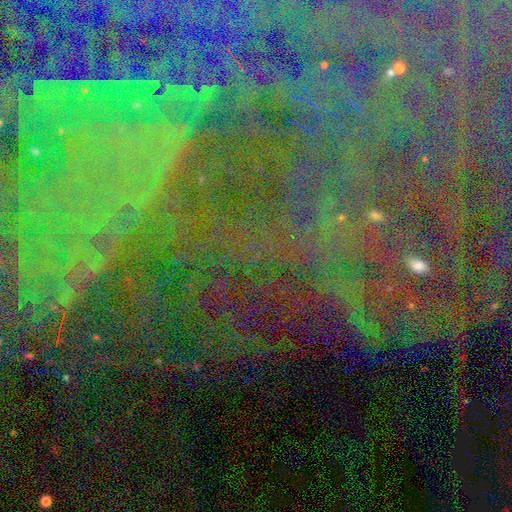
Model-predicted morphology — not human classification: Smooth or featured: star or artifact — 81% (featured or disk — 11%)